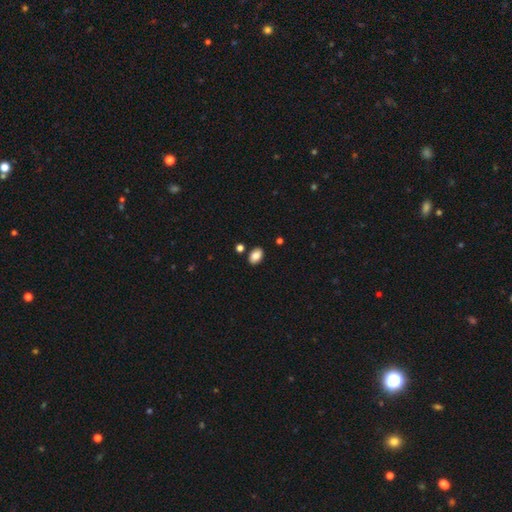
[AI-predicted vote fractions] Smooth or featured? smooth (86%)
How rounded? in between (86%)
Merging? none (84%)